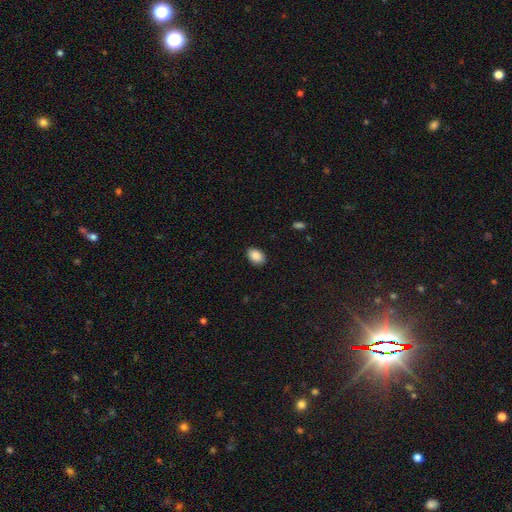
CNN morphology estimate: Overall: smooth (89%). How rounded: in between (81%). Merging: none (89%).